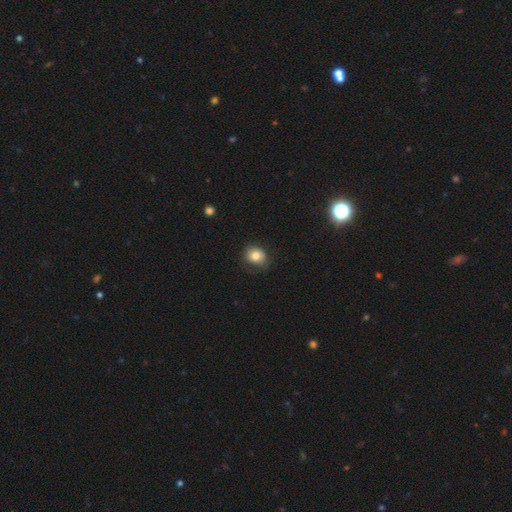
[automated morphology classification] smooth 80%, featured or disk 10%, star or artifact 9%. Down the decision tree: how rounded — round (61%); merging — none (71%).